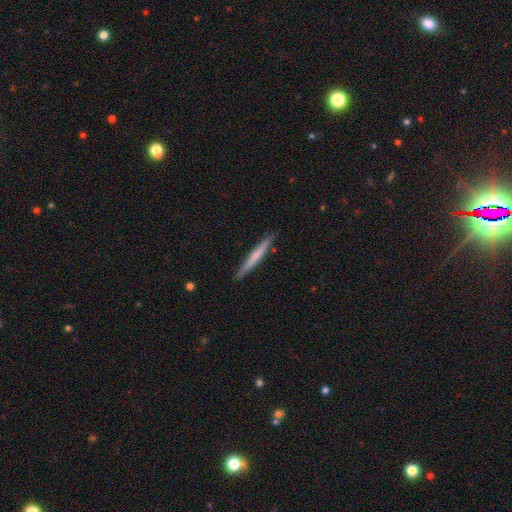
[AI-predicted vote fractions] Smooth or featured? smooth (58%)
How rounded? cigar-shaped (97%)
Merging? none (89%)